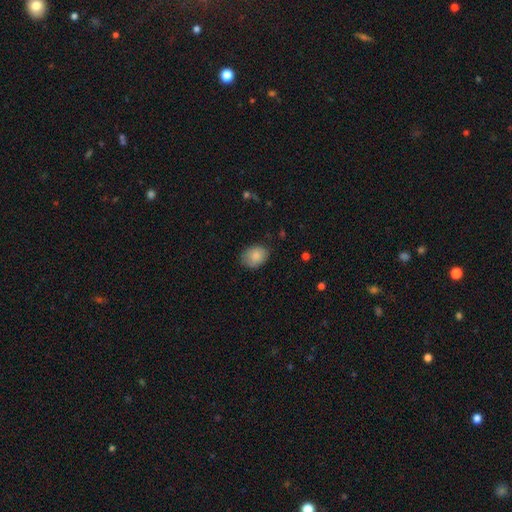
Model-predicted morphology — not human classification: A smooth galaxy with no disk features (86%) that is in between round and cigar-shaped (69%). Merging: none (74%).